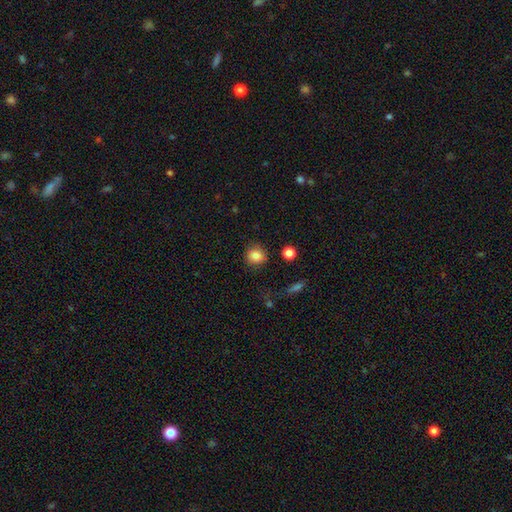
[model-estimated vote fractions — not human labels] smooth 85%, star or artifact 10%, featured or disk 5%. Down the decision tree: how rounded — round (86%); merging — none (84%).